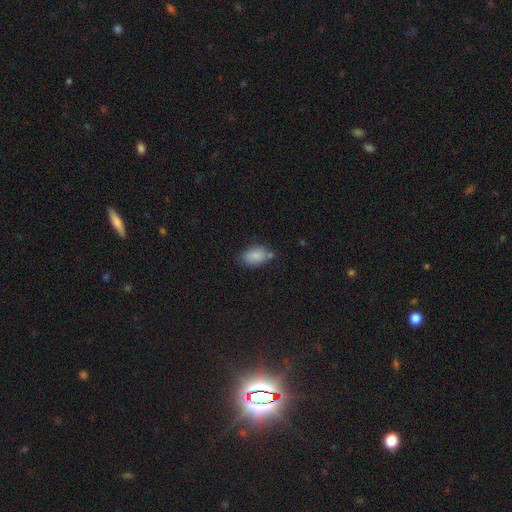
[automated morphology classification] smooth 86%, star or artifact 8%, featured or disk 7%. Down the decision tree: how rounded — in between (89%); merging — none (66%).